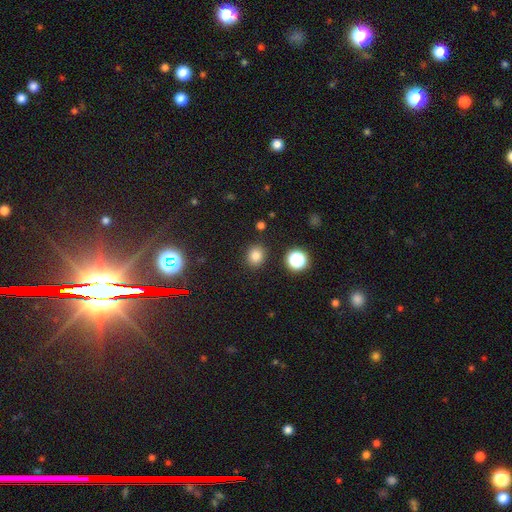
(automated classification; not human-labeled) A smooth galaxy with no disk features (80%) that is round (77%). Merging: none (88%).